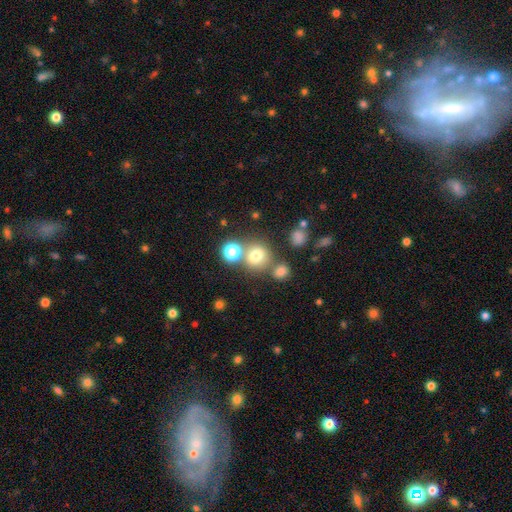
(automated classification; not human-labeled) Smooth or featured? smooth (73%)
How rounded? round (83%)
Merging? none (63%)